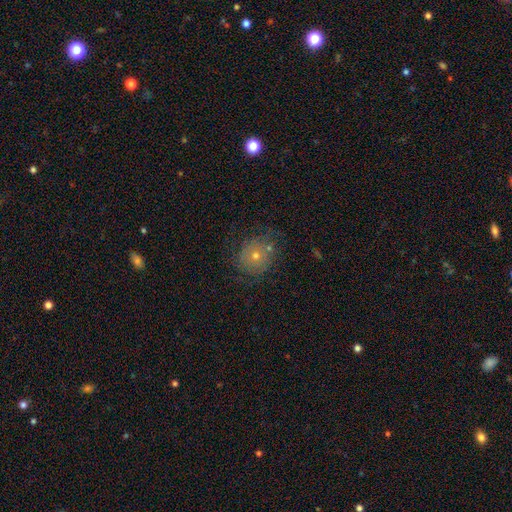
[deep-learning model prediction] smooth 44%, featured or disk 39%, star or artifact 18%. Down the decision tree: merging — none (70%).